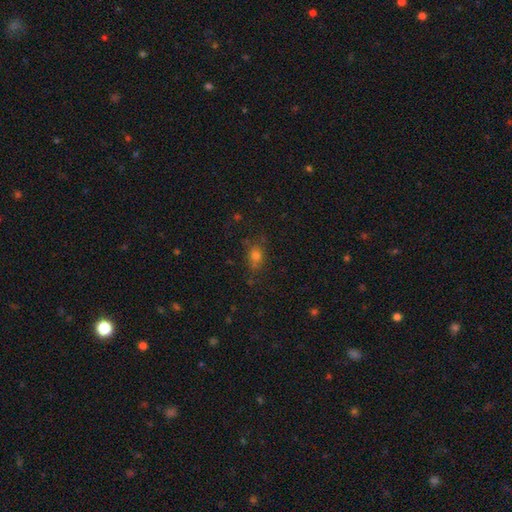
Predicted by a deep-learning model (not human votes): Smooth or featured?
  - smooth: 70% *
  - star or artifact: 19%
  - featured or disk: 11%
How rounded?
  - in between: 52% *
  - round: 45%
  - cigar-shaped: 3%
Merging?
  - none: 72% *
  - minor disturbance: 18%
  - major disturbance: 6%
  - merger: 3%